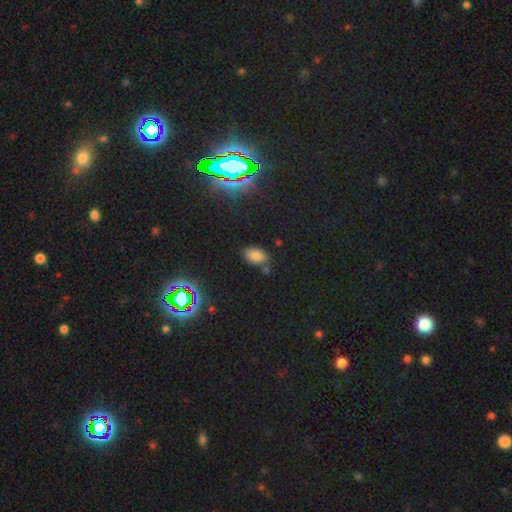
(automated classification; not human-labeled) smooth 74%, star or artifact 20%, featured or disk 6%. Down the decision tree: how rounded — in between (88%); merging — none (73%).